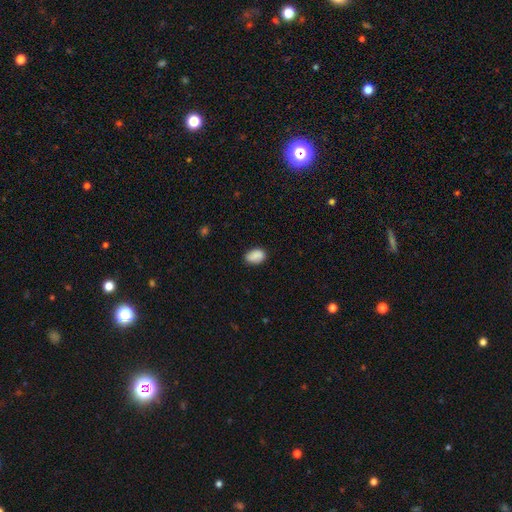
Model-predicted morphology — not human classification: Smooth or featured? smooth (86%)
How rounded? in between (85%)
Merging? none (80%)